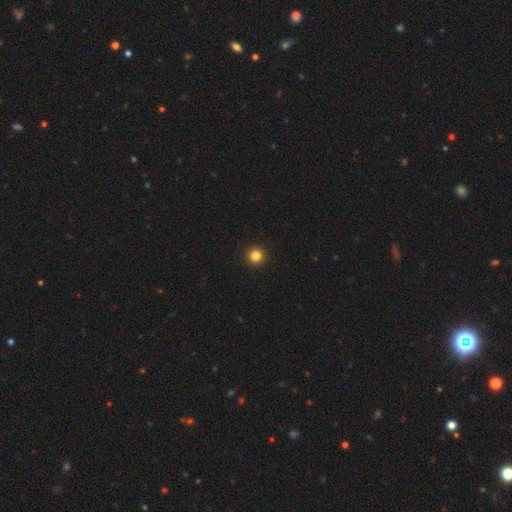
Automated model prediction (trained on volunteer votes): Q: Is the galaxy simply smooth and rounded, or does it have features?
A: smooth — 84%.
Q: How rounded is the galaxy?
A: round — 96%.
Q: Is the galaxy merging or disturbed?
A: none — 94%.